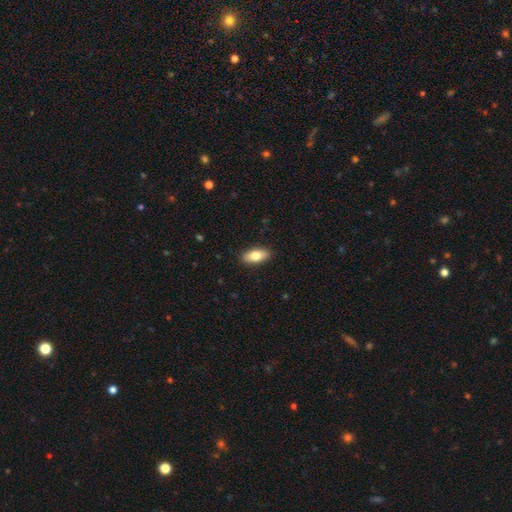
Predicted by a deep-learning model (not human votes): Smooth or featured? Predicted: smooth (p=0.79). How rounded? Predicted: in between (p=0.88). Merging? Predicted: none (p=0.90).